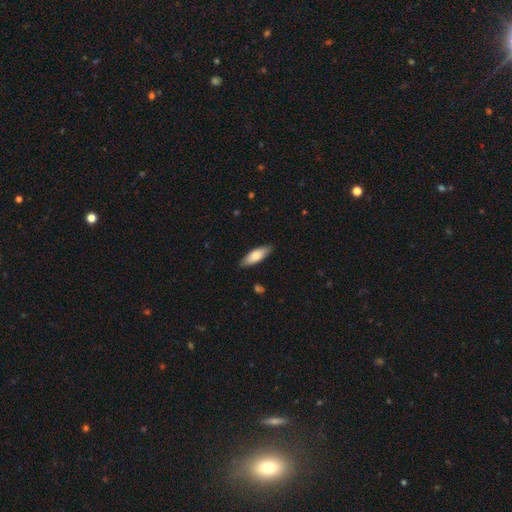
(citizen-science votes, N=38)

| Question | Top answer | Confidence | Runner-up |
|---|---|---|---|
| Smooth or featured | smooth | 76% | featured or disk (24%) |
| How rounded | in between | 59% | cigar-shaped (41%) |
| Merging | none | 92% | minor disturbance (8%) |